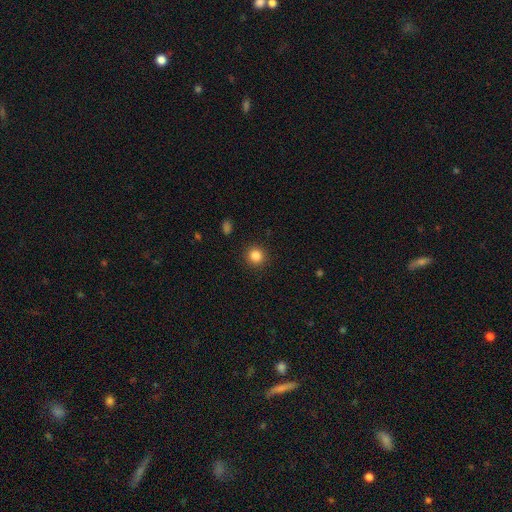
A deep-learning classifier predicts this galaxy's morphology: Overall: smooth (85%). How rounded: round (93%). Merging: none (92%).